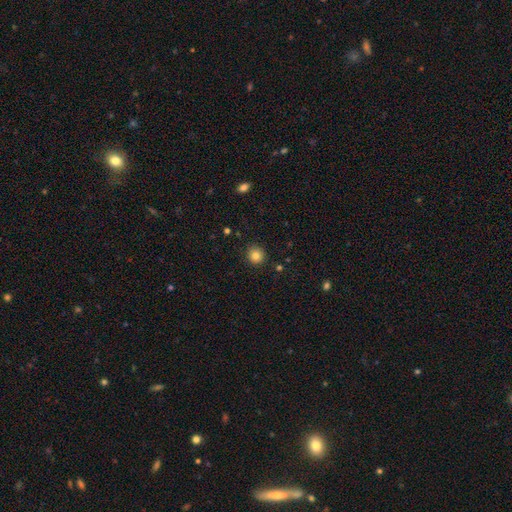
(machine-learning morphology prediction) Q: Smooth or featured?
A: smooth (82%); runner-up: star or artifact (11%)
Q: How rounded?
A: round (93%); runner-up: in between (6%)
Q: Merging?
A: none (90%); runner-up: minor disturbance (7%)